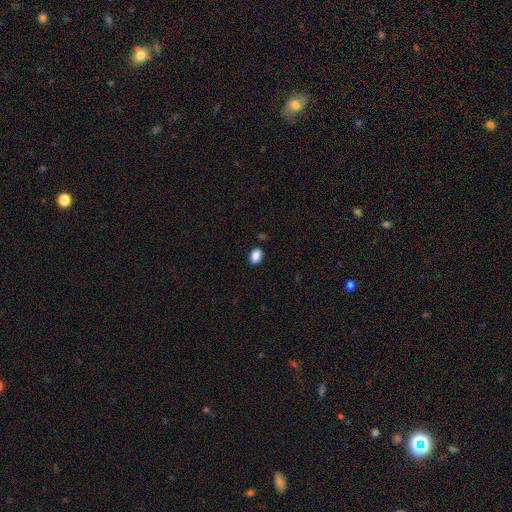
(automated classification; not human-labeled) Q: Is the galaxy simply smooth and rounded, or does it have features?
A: smooth — 88%.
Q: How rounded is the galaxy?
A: in between — 82%.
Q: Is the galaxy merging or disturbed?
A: none — 86%.